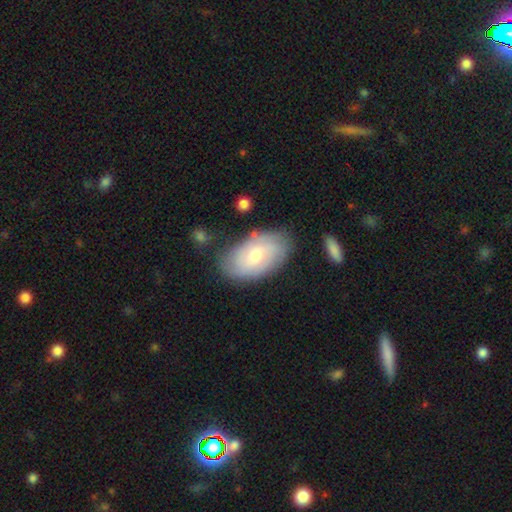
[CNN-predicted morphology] Overall: smooth (47%; featured or disk 46%). Merging: none (75%).